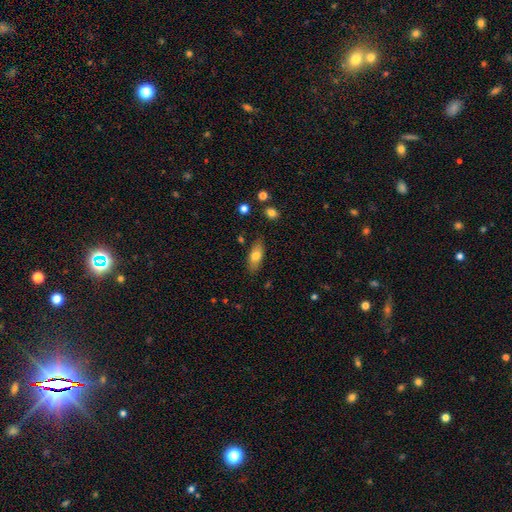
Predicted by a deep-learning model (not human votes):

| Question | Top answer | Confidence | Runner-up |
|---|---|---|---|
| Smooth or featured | smooth | 75% | featured or disk (18%) |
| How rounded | in between | 80% | cigar-shaped (16%) |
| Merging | none | 83% | minor disturbance (12%) |